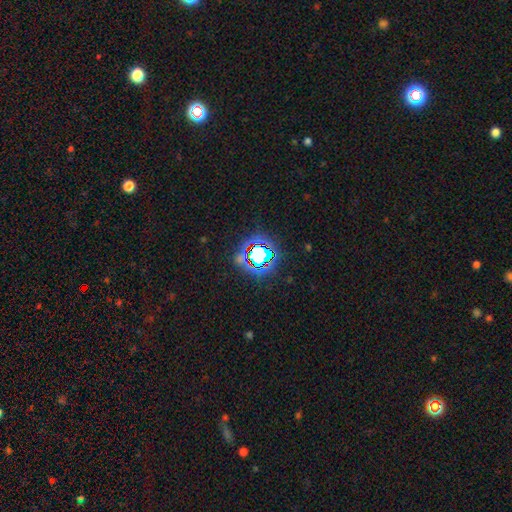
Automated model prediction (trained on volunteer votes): Smooth or featured? Predicted: star or artifact (p=0.66).